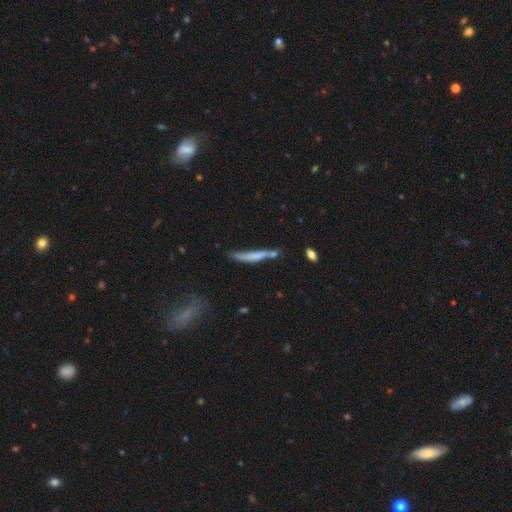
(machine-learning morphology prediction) A smooth galaxy with no disk features (54%) that is cigar-shaped (92%).

Vote fractions:
- Smooth or featured? smooth: 54% / featured or disk: 38% / star or artifact: 8%
- How rounded? cigar-shaped: 92% / in between: 6% / round: 2%
- Merging? none: 51% / minor disturbance: 24% / merger: 14% / major disturbance: 10%